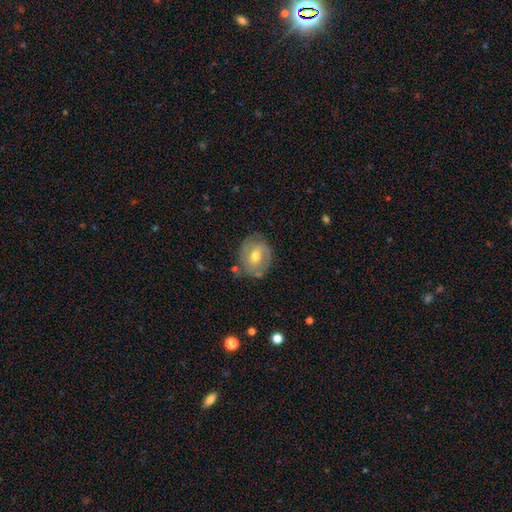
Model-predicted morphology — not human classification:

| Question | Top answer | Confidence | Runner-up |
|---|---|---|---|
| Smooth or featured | featured or disk | 59% | smooth (34%) |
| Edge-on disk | no | 96% | yes (4%) |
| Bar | no | 44% | weak (42%) |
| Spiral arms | yes | 65% | no (35%) |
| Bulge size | moderate | 74% | small (18%) |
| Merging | none | 73% | minor disturbance (19%) |